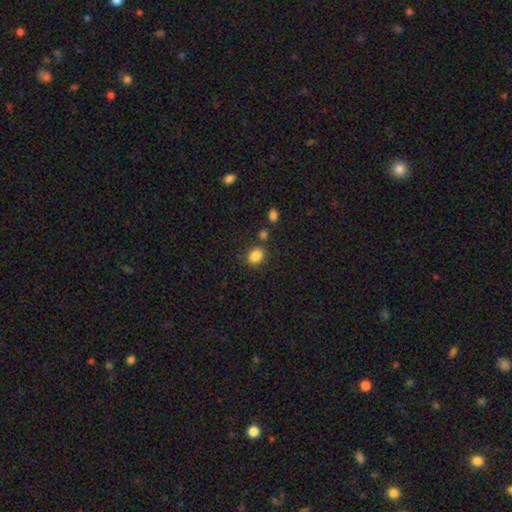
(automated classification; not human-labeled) smooth_or_featured: smooth (p=0.86) [alt: star or artifact p=0.10]
how_rounded: in between (p=0.56) [alt: round p=0.43]
merging: none (p=0.74) [alt: minor disturbance p=0.13]